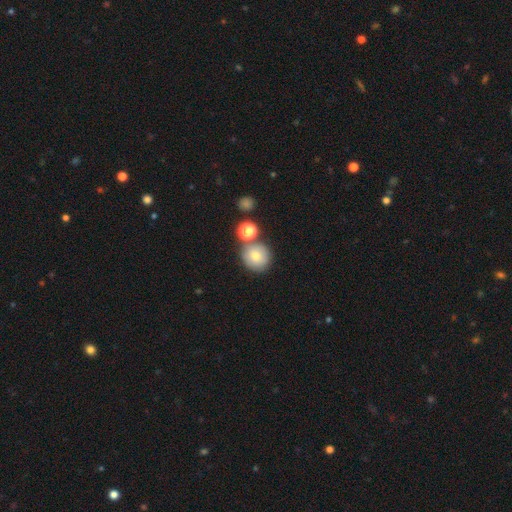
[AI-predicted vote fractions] Smooth or featured? smooth (76%)
How rounded? round (90%)
Merging? none (68%)